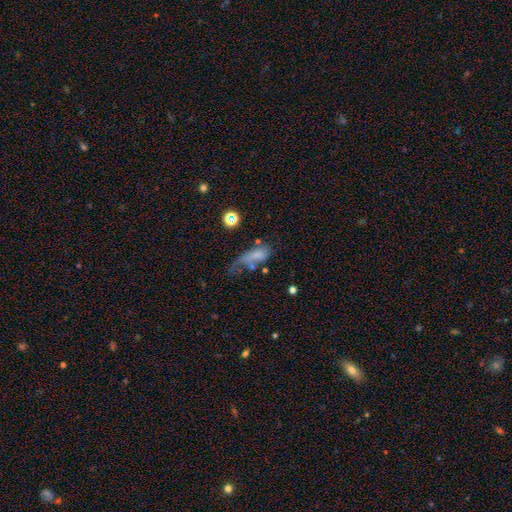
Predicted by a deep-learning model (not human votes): smooth-or-featured: smooth: 60% | featured or disk: 25% | star or artifact: 16%
  how-rounded: in between: 72% | cigar-shaped: 21% | round: 7%
  merging: major disturbance: 43% | minor disturbance: 23% | none: 22% | merger: 12%